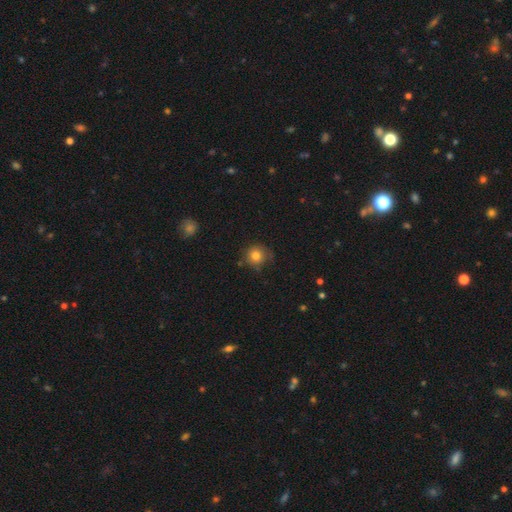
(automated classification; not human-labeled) The model was most divided on "merging": none: 71%, minor disturbance: 21%, major disturbance: 6%, merger: 3%. More confident: how rounded — round (91%); smooth or featured — smooth (80%).